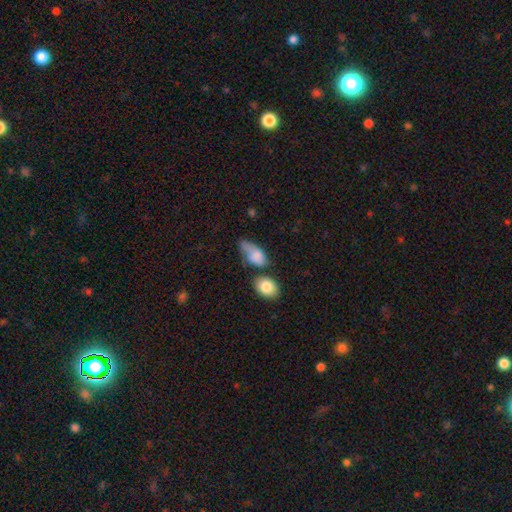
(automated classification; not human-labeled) Smooth or featured? smooth (76%)
How rounded? in between (86%)
Merging? minor disturbance (30%)